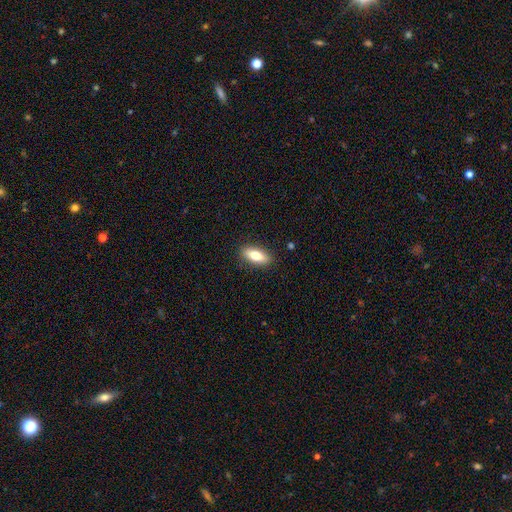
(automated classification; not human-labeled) Smooth or featured? Predicted: smooth (p=0.74). How rounded? Predicted: in between (p=0.77). Merging? Predicted: none (p=0.88).